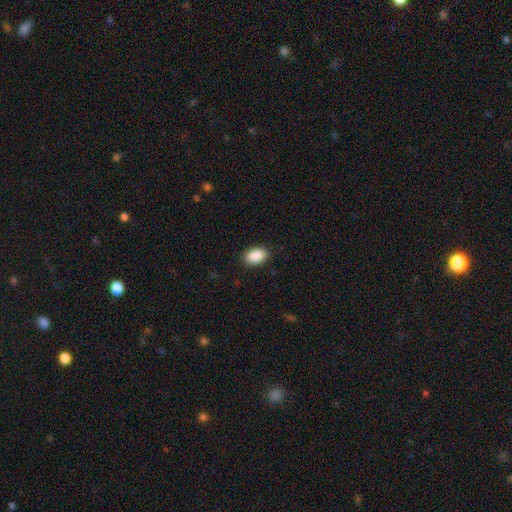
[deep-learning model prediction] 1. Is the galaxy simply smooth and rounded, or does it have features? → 90% smooth, 7% star or artifact, 3% featured or disk.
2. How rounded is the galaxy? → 90% in between, 9% round, 1% cigar-shaped.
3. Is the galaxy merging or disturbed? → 89% none, 8% minor disturbance, 2% major disturbance, 1% merger.